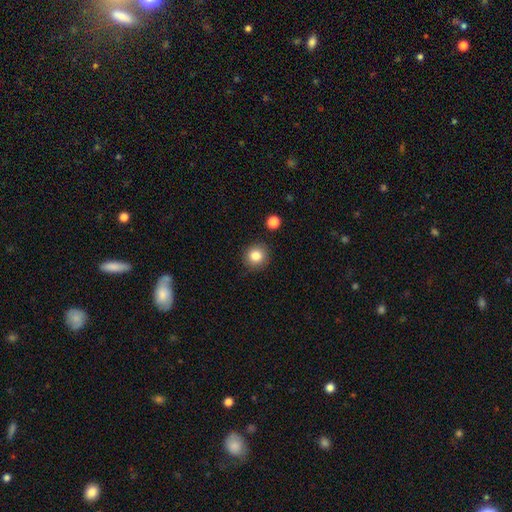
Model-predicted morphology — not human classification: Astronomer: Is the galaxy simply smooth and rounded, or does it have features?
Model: smooth — 84%.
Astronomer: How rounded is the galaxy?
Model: round — 89%.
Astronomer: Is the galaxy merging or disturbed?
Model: none — 88%.